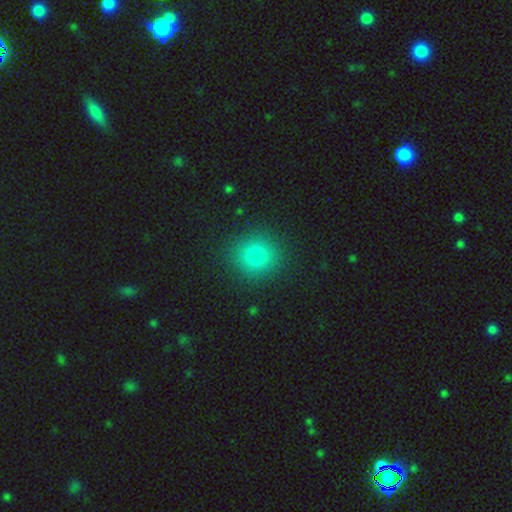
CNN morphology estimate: Smooth or featured?
  - smooth: 78% *
  - star or artifact: 15%
  - featured or disk: 7%
How rounded?
  - round: 90% *
  - in between: 9%
  - cigar-shaped: 1%
Merging?
  - none: 90% *
  - minor disturbance: 6%
  - major disturbance: 2%
  - merger: 1%